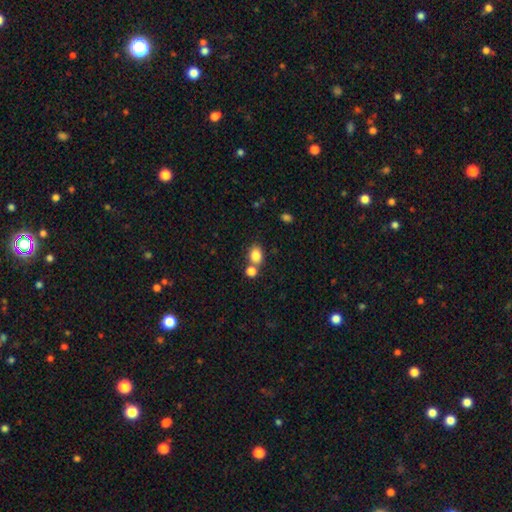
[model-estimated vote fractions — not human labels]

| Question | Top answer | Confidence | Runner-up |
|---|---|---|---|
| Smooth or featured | smooth | 83% | star or artifact (10%) |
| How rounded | in between | 59% | round (40%) |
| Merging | none | 55% | merger (31%) |